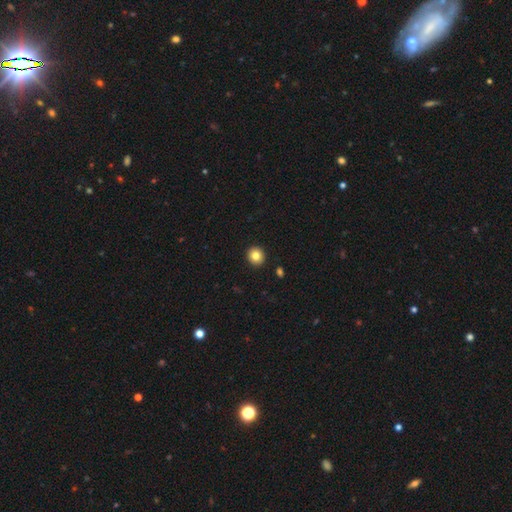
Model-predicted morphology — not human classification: Q: Smooth or featured?
A: smooth (83%); runner-up: star or artifact (10%)
Q: How rounded?
A: round (91%); runner-up: in between (8%)
Q: Merging?
A: none (93%); runner-up: minor disturbance (4%)